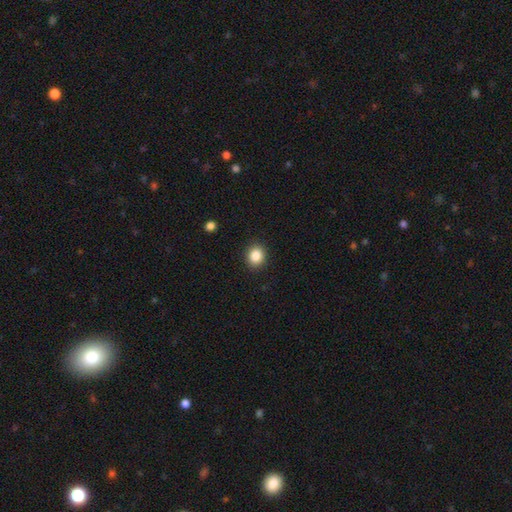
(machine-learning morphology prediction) smooth_or_featured: smooth (p=0.86) [alt: star or artifact p=0.10]
how_rounded: round (p=0.70) [alt: in between p=0.29]
merging: none (p=0.90) [alt: minor disturbance p=0.06]